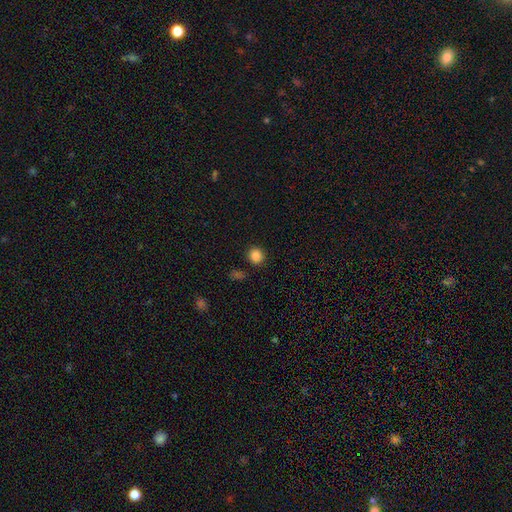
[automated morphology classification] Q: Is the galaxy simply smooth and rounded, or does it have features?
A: smooth — 85%.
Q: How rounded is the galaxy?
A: round — 90%.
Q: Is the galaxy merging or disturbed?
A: none — 88%.